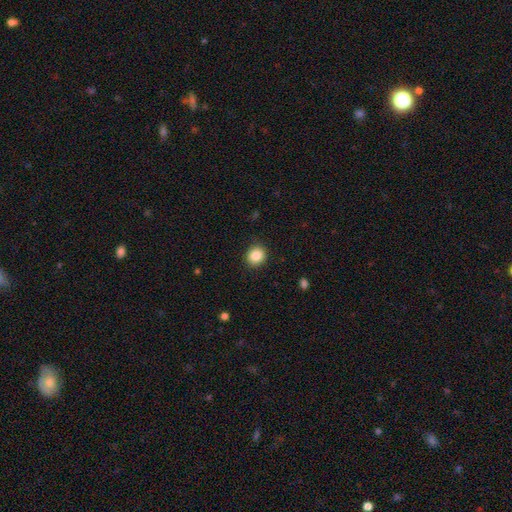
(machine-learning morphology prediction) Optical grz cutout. It shows a smooth galaxy with no disk features (87%) that is round (82%). Merging: none (90%).